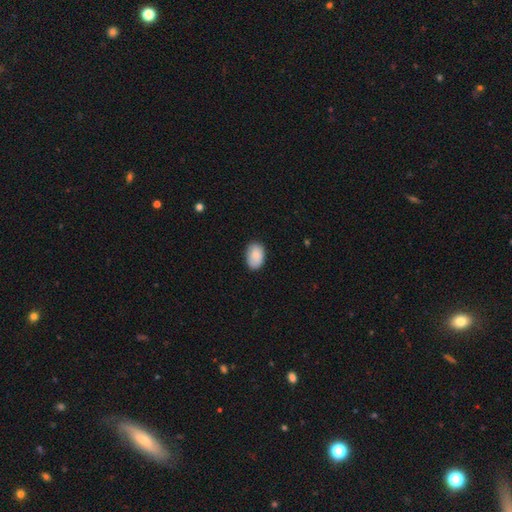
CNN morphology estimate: The model was most divided on "merging": none: 83%, minor disturbance: 14%, major disturbance: 2%, merger: 1%. More confident: how rounded — in between (89%); smooth or featured — smooth (88%).